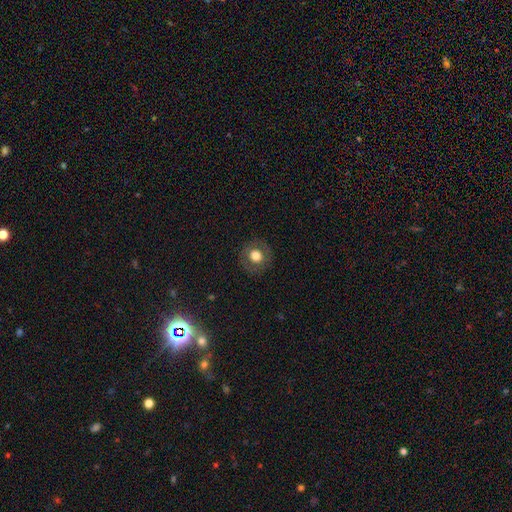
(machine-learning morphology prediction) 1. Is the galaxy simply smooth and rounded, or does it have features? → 69% smooth, 21% featured or disk, 10% star or artifact.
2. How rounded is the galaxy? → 88% round, 11% in between, 1% cigar-shaped.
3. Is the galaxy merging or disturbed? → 87% none, 8% minor disturbance, 4% major disturbance, 1% merger.